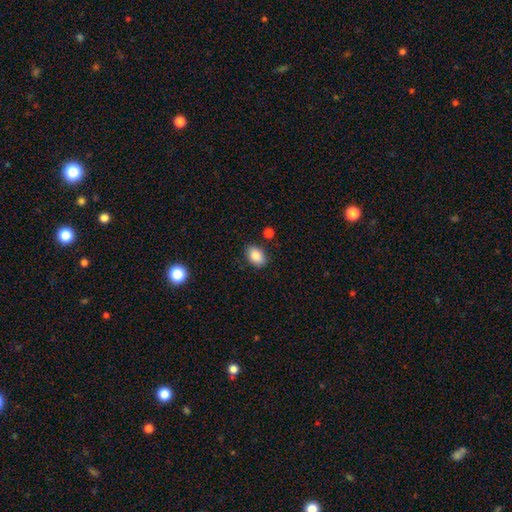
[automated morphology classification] This appears to be a smooth galaxy with no disk features (86%) that is in between round and cigar-shaped (80%). Merging: none (83%).